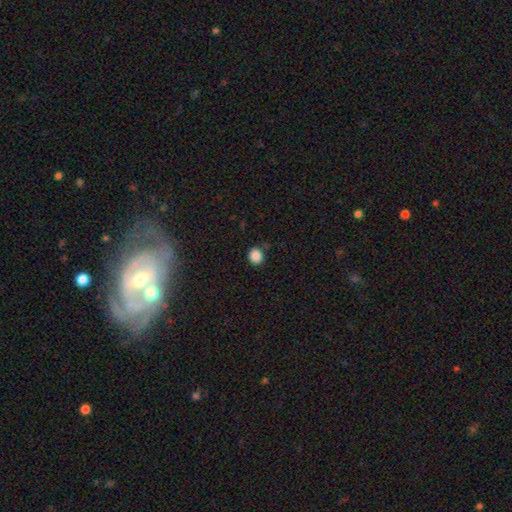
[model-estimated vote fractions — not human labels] Overall: smooth (87%). How rounded: round (76%). Merging: none (84%).